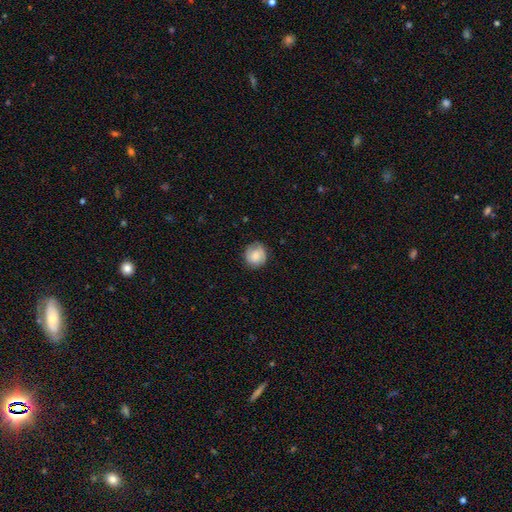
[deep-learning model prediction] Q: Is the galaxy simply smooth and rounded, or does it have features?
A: smooth — 75%.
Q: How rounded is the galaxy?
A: round — 88%.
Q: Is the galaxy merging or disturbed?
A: none — 80%.